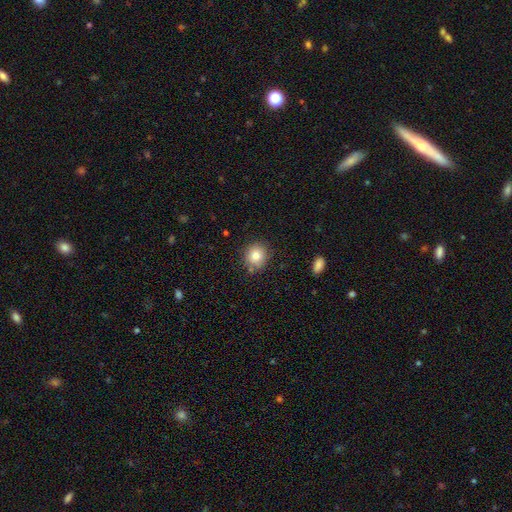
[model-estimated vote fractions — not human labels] This appears to be a smooth galaxy with no disk features (80%) that is round (84%). Merging: none (83%).